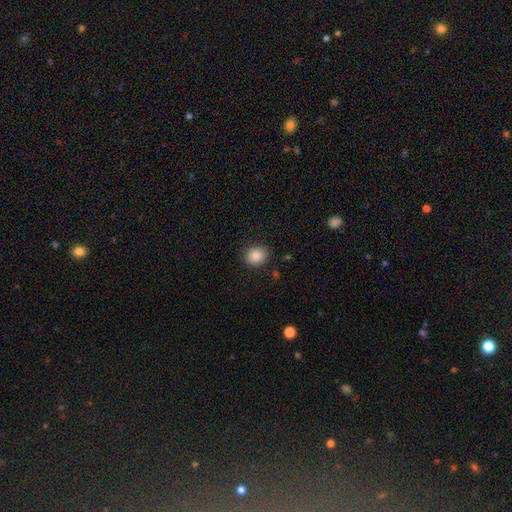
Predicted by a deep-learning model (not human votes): smooth-or-featured: smooth: 87% | star or artifact: 9% | featured or disk: 4%
  how-rounded: round: 67% | in between: 32% | cigar-shaped: 1%
  merging: none: 87% | minor disturbance: 9% | major disturbance: 3% | merger: 1%